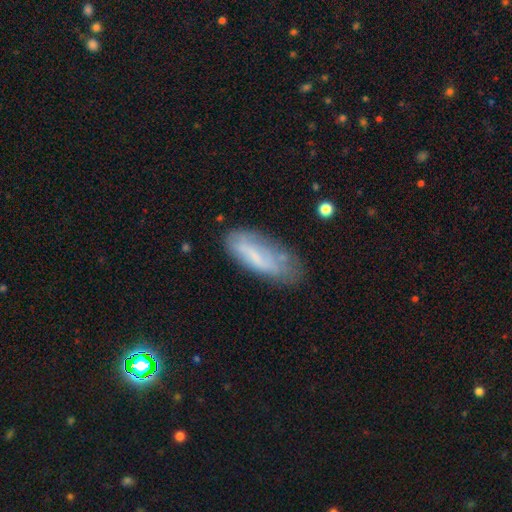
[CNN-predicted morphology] Smooth or featured? Predicted: smooth (p=0.57). How rounded? Predicted: in between (p=0.64). Merging? Predicted: none (p=0.53).